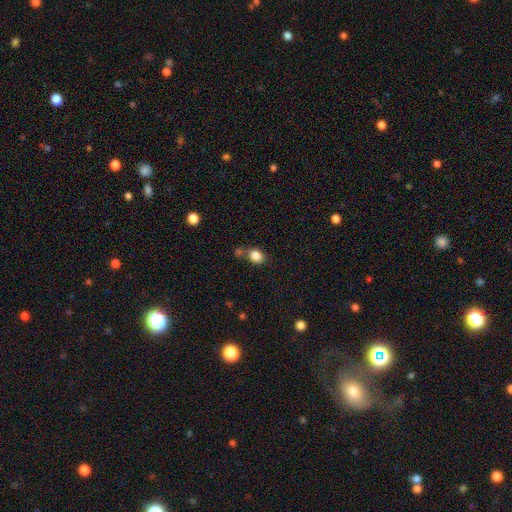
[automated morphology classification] This appears to be a smooth galaxy with no disk features (84%) that is round (50%). Merging: none (60%).